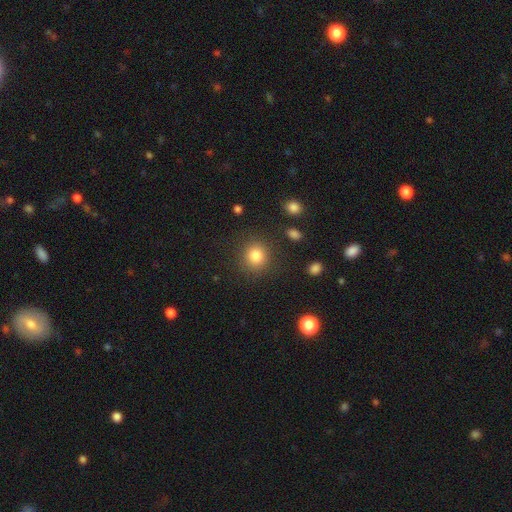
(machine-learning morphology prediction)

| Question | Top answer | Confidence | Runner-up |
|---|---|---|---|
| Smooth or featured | smooth | 83% | star or artifact (11%) |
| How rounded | round | 87% | in between (12%) |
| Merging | none | 86% | minor disturbance (8%) |